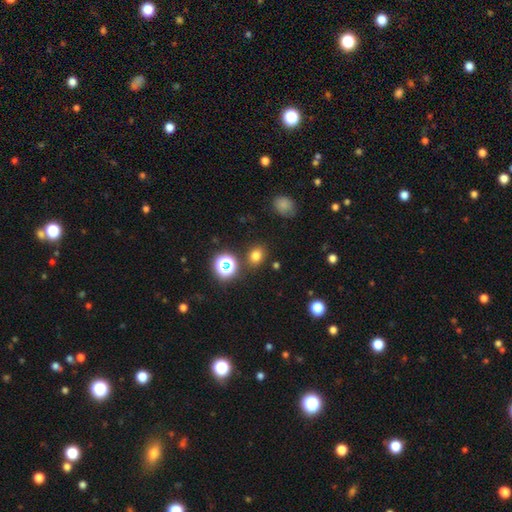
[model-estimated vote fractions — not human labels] smooth-or-featured: smooth: 75% | star or artifact: 20% | featured or disk: 6%
  how-rounded: round: 62% | in between: 37% | cigar-shaped: 1%
  merging: none: 84% | minor disturbance: 9% | merger: 4% | major disturbance: 3%